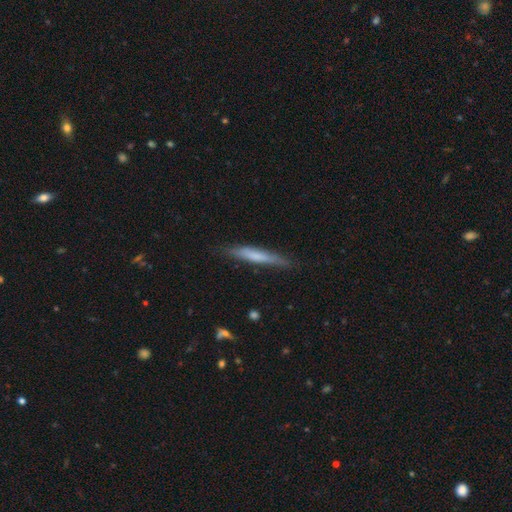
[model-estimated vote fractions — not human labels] smooth_or_featured: smooth (p=0.62) [alt: featured or disk p=0.32]
how_rounded: cigar-shaped (p=0.94) [alt: in between p=0.05]
merging: none (p=0.81) [alt: minor disturbance p=0.15]